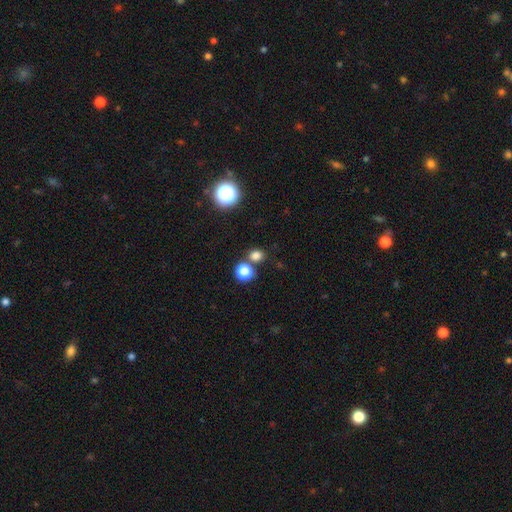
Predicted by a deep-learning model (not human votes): Smooth or featured?
  - smooth: 77% *
  - star or artifact: 18%
  - featured or disk: 5%
How rounded?
  - round: 67% *
  - in between: 32%
  - cigar-shaped: 1%
Merging?
  - none: 69% *
  - merger: 20%
  - minor disturbance: 8%
  - major disturbance: 3%